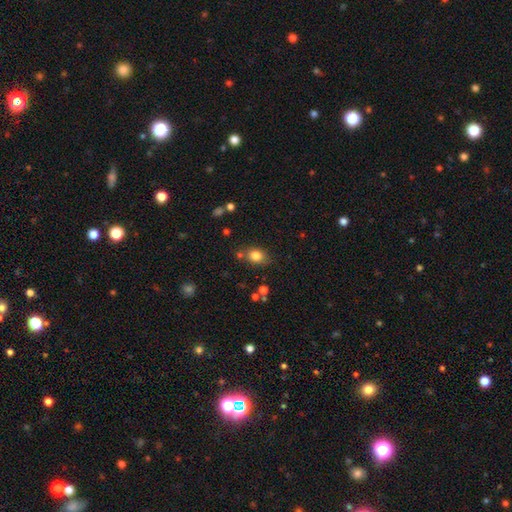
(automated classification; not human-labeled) Morphology: type=smooth (82%); roundness=in between (57%); merging=none (71%).